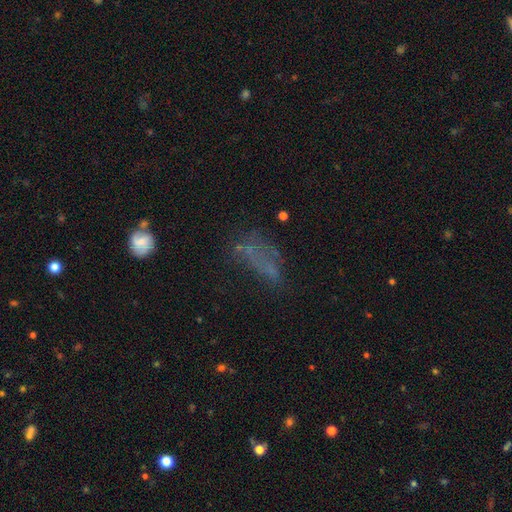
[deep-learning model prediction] smooth 41%, featured or disk 31%, star or artifact 28%. Down the decision tree: merging — none (40%).